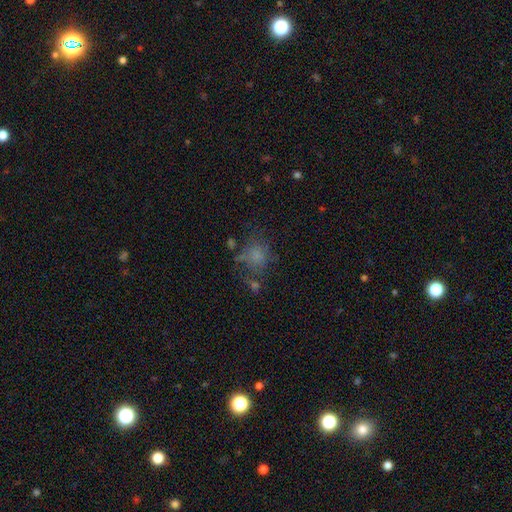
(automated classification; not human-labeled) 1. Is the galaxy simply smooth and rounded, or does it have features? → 62% smooth, 21% featured or disk, 17% star or artifact.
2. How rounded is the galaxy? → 57% round, 42% in between, 1% cigar-shaped.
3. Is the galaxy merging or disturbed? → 44% none, 23% major disturbance, 22% minor disturbance, 10% merger.